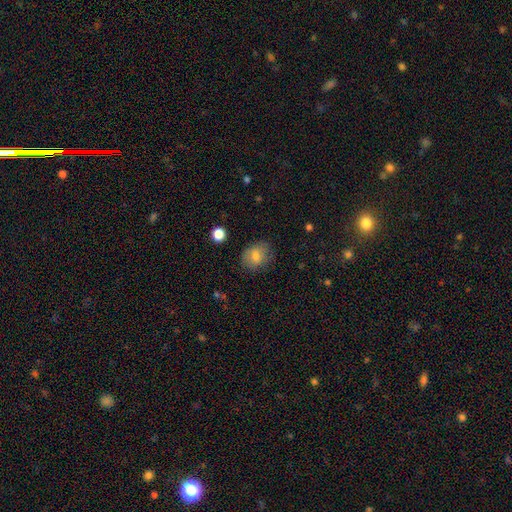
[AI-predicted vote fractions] Smooth or featured?
  - smooth: 75% *
  - featured or disk: 15%
  - star or artifact: 10%
How rounded?
  - in between: 51% *
  - round: 48%
  - cigar-shaped: 1%
Merging?
  - none: 78% *
  - minor disturbance: 16%
  - major disturbance: 5%
  - merger: 1%